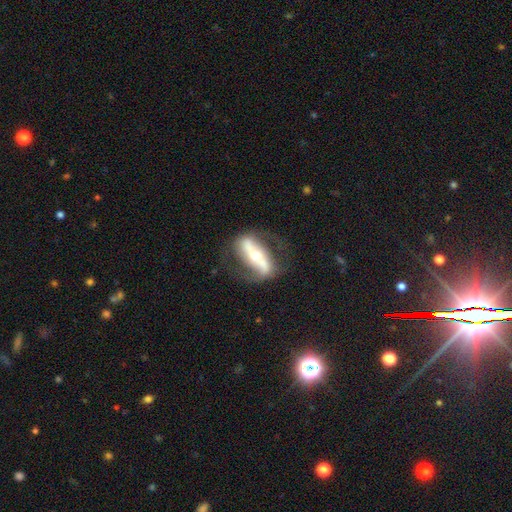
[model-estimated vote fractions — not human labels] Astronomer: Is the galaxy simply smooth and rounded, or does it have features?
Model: featured or disk — 80%.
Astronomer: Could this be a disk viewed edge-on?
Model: no — 79%.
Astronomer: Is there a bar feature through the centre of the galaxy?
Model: strong — 67%.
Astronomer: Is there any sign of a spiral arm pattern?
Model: yes — 77%.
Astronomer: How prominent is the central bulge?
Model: moderate — 59%.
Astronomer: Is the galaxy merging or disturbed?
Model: none — 68%.